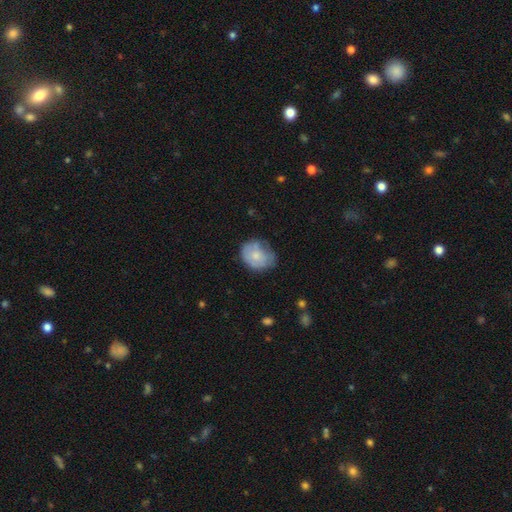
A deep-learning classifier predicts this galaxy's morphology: Q: Smooth or featured?
A: smooth (66%); runner-up: featured or disk (27%)
Q: How rounded?
A: round (54%); runner-up: in between (45%)
Q: Merging?
A: none (53%); runner-up: minor disturbance (32%)